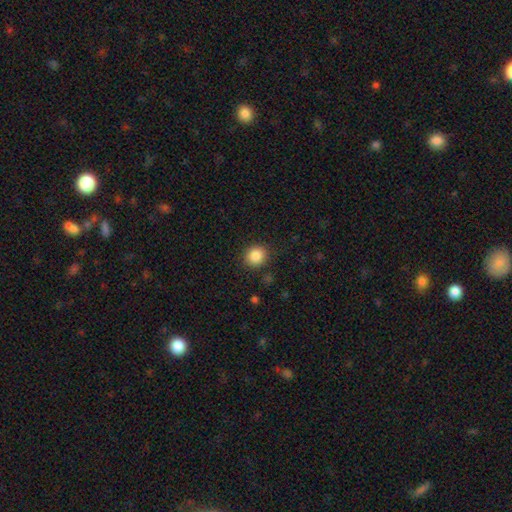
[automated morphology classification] smooth_or_featured: smooth (p=0.86) [alt: star or artifact p=0.09]
how_rounded: round (p=0.84) [alt: in between p=0.15]
merging: none (p=0.88) [alt: minor disturbance p=0.08]